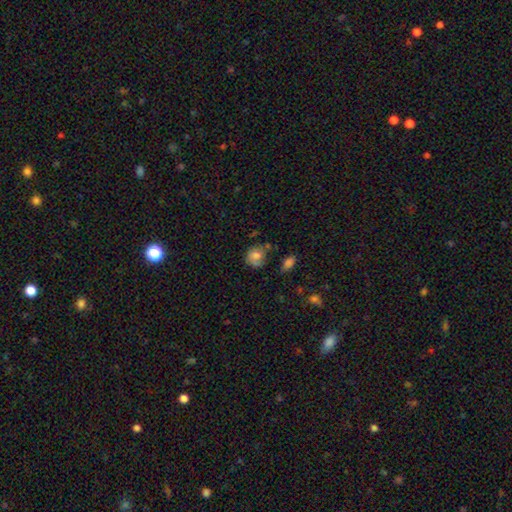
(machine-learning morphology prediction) Overall: smooth (71%). How rounded: round (67%; in between 32%). Merging: none (46%; minor disturbance 32%).